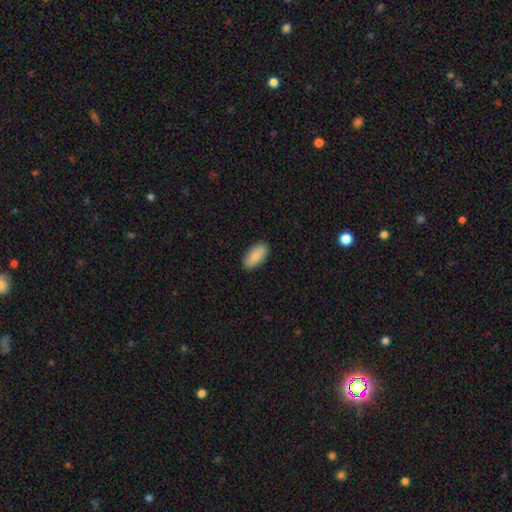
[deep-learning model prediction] Smooth or featured: smooth — 83% (featured or disk — 11%)
How rounded: in between — 91% (cigar-shaped — 6%)
Merging: none — 87% (minor disturbance — 10%)